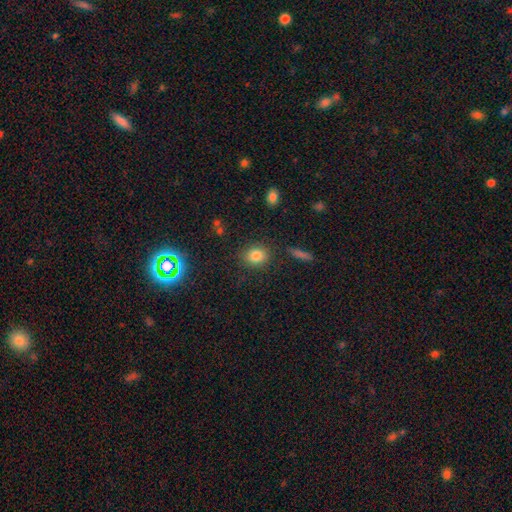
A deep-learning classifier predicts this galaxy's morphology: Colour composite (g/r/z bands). It shows a smooth galaxy with no disk features (83%) that is round (67%). Merging: none (85%).